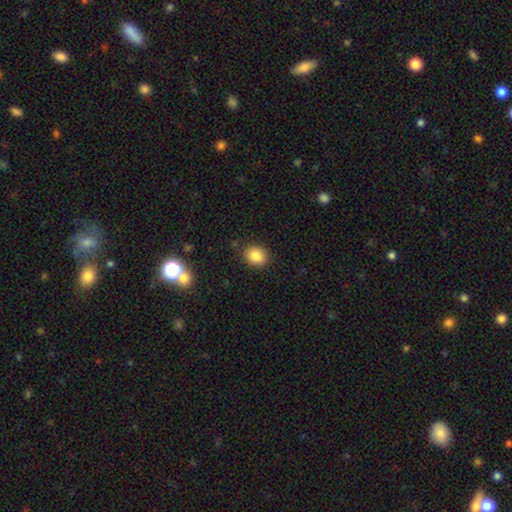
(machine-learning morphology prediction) Q: Smooth or featured?
A: smooth (85%); runner-up: star or artifact (10%)
Q: How rounded?
A: round (60%); runner-up: in between (39%)
Q: Merging?
A: none (85%); runner-up: minor disturbance (10%)